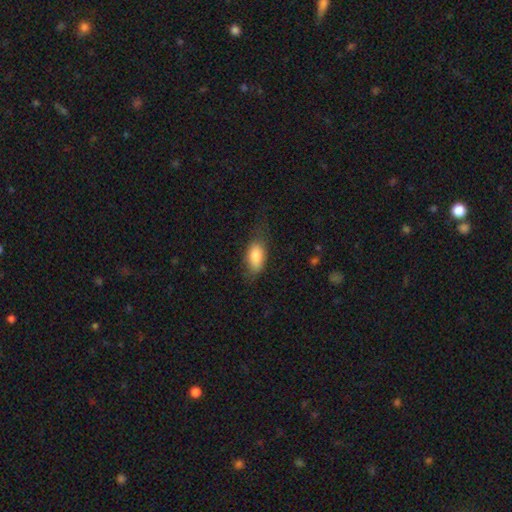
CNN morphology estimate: Smooth or featured: smooth — 81% (featured or disk — 11%)
How rounded: in between — 89% (cigar-shaped — 6%)
Merging: none — 60% (minor disturbance — 26%)